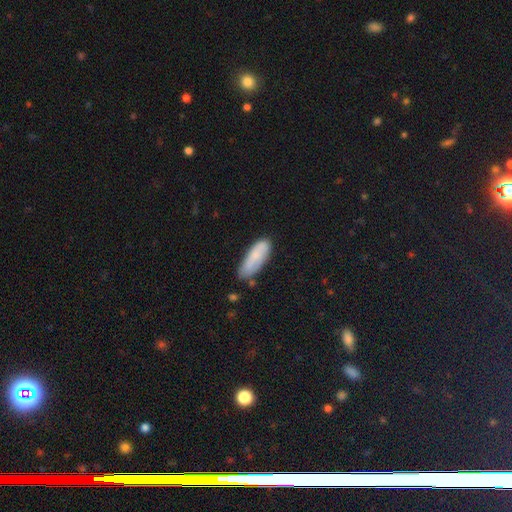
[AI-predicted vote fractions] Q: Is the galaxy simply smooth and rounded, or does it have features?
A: smooth — 77%.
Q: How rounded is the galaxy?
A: in between — 64%.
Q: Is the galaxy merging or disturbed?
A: none — 68%.